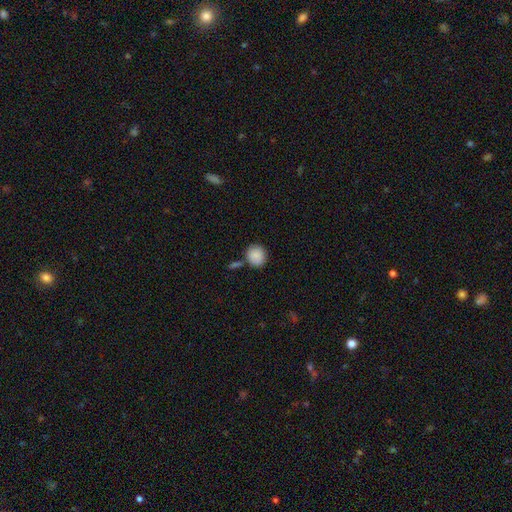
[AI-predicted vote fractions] Q: Smooth or featured?
A: smooth (88%); runner-up: star or artifact (8%)
Q: How rounded?
A: round (78%); runner-up: in between (21%)
Q: Merging?
A: none (71%); runner-up: minor disturbance (13%)